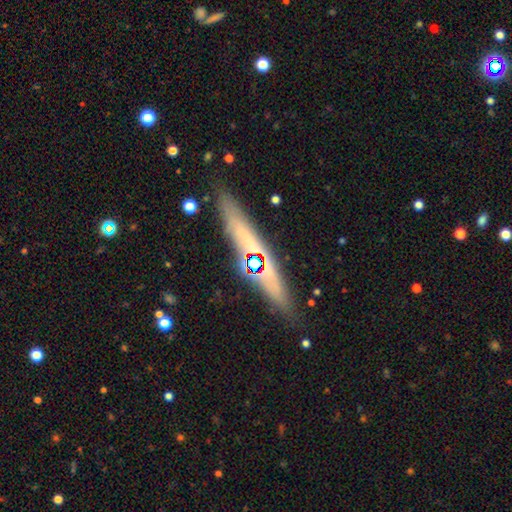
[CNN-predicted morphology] This appears to be a featured or disk galaxy (45%). Merging: none (86%).